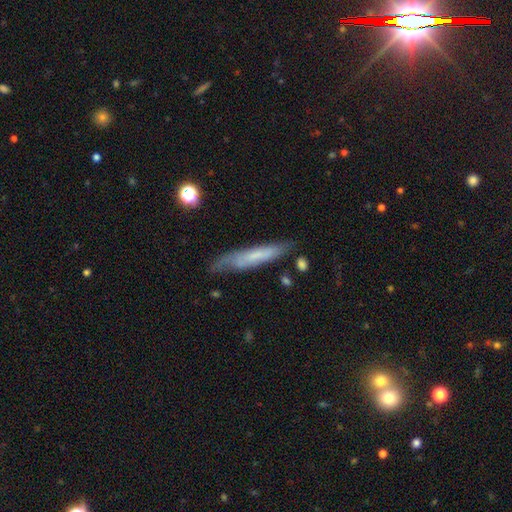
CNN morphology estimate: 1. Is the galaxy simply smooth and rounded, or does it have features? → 53% smooth, 40% featured or disk, 7% star or artifact.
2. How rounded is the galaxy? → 88% cigar-shaped, 11% in between, 2% round.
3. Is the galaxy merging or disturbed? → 66% none, 24% minor disturbance, 7% major disturbance, 3% merger.